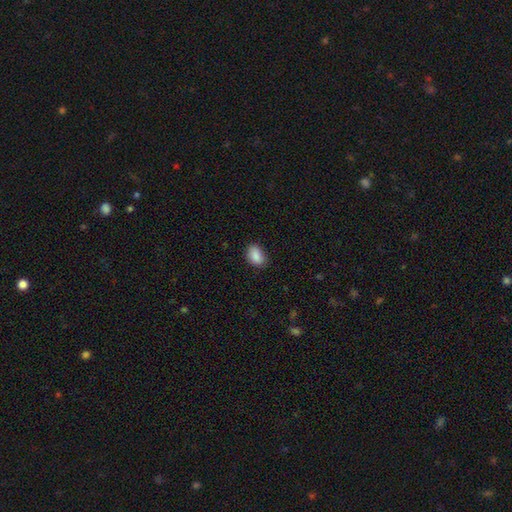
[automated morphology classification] Smooth or featured: smooth — 89% (star or artifact — 8%)
How rounded: in between — 86% (round — 13%)
Merging: none — 82% (minor disturbance — 14%)